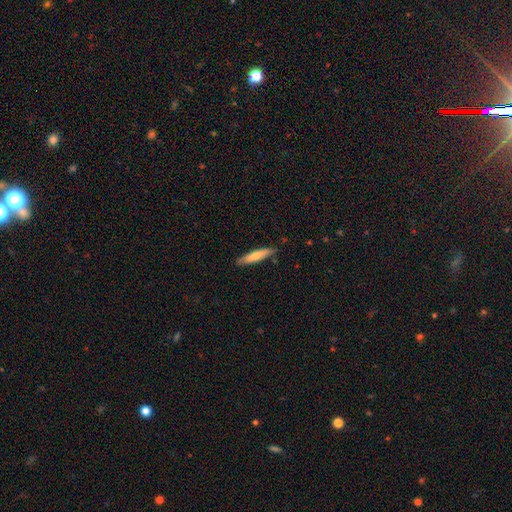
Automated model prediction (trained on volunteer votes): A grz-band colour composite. It shows a smooth galaxy with no disk features (69%) that is cigar-shaped (87%). Merging: none (83%).